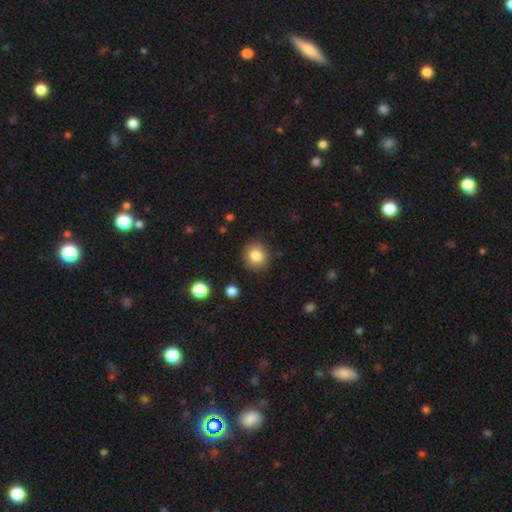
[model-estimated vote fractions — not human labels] Morphology: type=smooth (84%); roundness=round (83%); merging=none (88%).